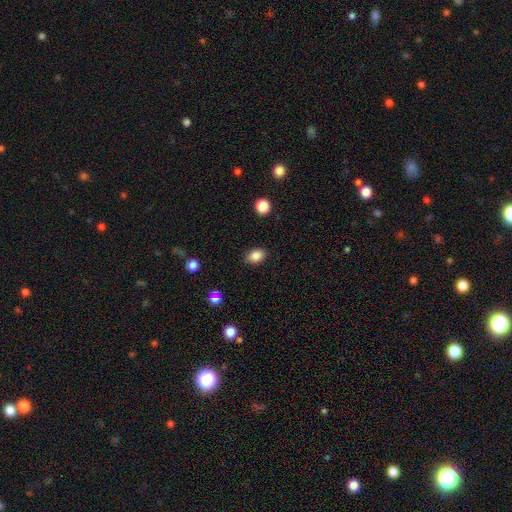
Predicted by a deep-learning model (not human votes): This is clearly a smooth galaxy (86%). How rounded: likely in between (74%). Merging: clearly none (87%).